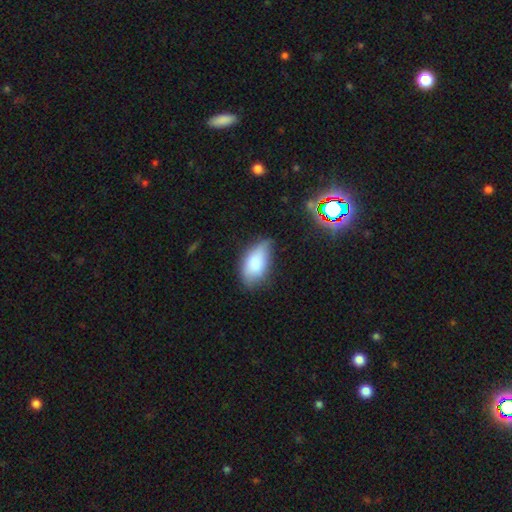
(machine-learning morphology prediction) type=smooth (79%); roundness=in between (92%); merging=none (53%).